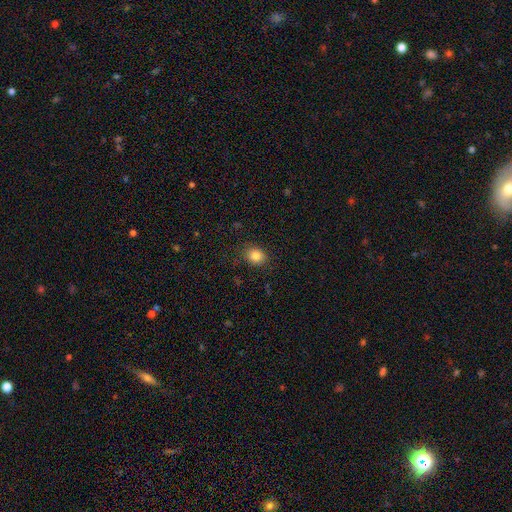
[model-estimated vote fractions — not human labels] Overall: smooth (83%). How rounded: round (60%; in between 39%). Merging: none (84%).